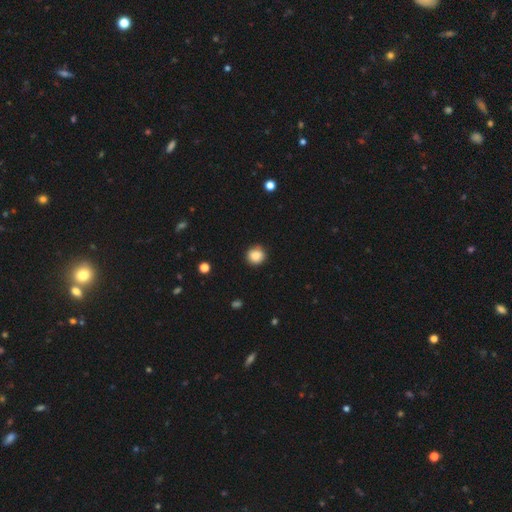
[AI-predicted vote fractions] Smooth or featured?
  - smooth: 86% *
  - star or artifact: 10%
  - featured or disk: 4%
How rounded?
  - round: 89% *
  - in between: 10%
  - cigar-shaped: 1%
Merging?
  - none: 85% *
  - minor disturbance: 11%
  - major disturbance: 2%
  - merger: 1%